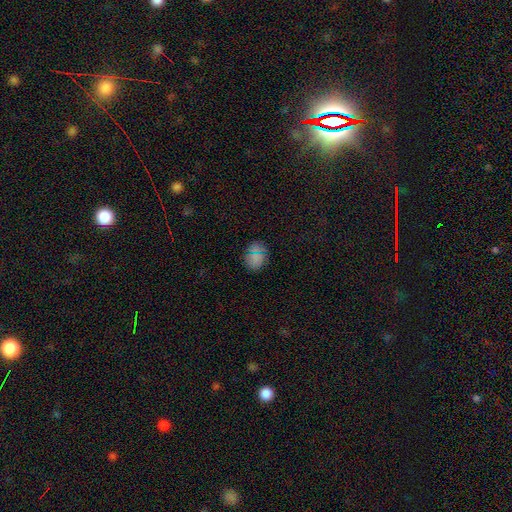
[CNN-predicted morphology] Smooth or featured?
  - smooth: 74% *
  - star or artifact: 20%
  - featured or disk: 6%
How rounded?
  - round: 61% *
  - in between: 37%
  - cigar-shaped: 2%
Merging?
  - none: 87% *
  - minor disturbance: 9%
  - major disturbance: 2%
  - merger: 1%